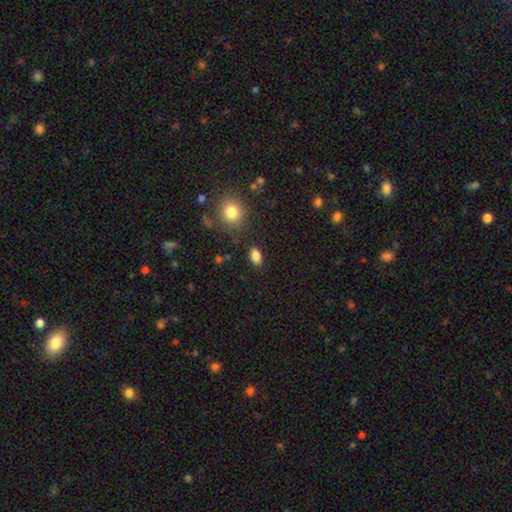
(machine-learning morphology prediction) Smooth or featured?
  - smooth: 85% *
  - star or artifact: 10%
  - featured or disk: 5%
How rounded?
  - in between: 87% *
  - round: 11%
  - cigar-shaped: 2%
Merging?
  - none: 84% *
  - minor disturbance: 10%
  - major disturbance: 3%
  - merger: 3%